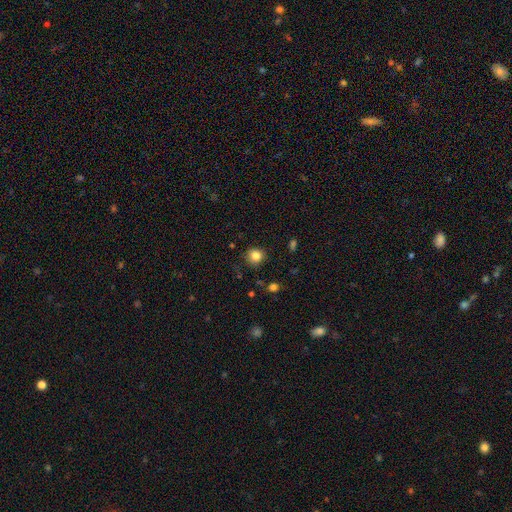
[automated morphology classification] smooth-or-featured: smooth: 83% | star or artifact: 12% | featured or disk: 5%
  how-rounded: round: 89% | in between: 11% | cigar-shaped: 1%
  merging: none: 85% | minor disturbance: 11% | major disturbance: 3% | merger: 2%